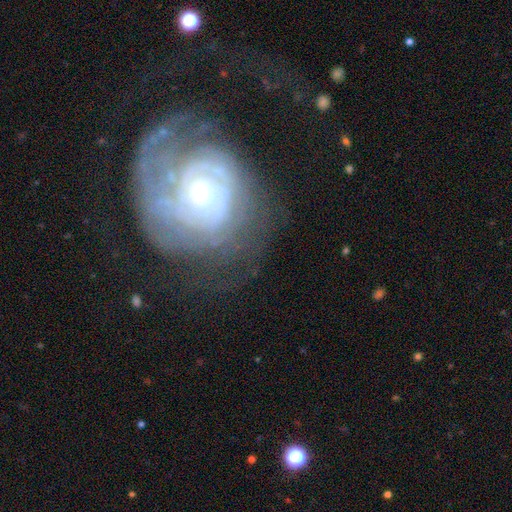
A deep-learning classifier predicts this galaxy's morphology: Overall: featured or disk (83%). Edge-on disk: no (97%). Bar: no (68%). Spiral arms: yes (91%). Spiral arm count: can't tell (37%; 2 26%). Spiral winding: tight (67%). Bulge size: small (55%; moderate 40%). Merging: none (51%; major disturbance 29%).